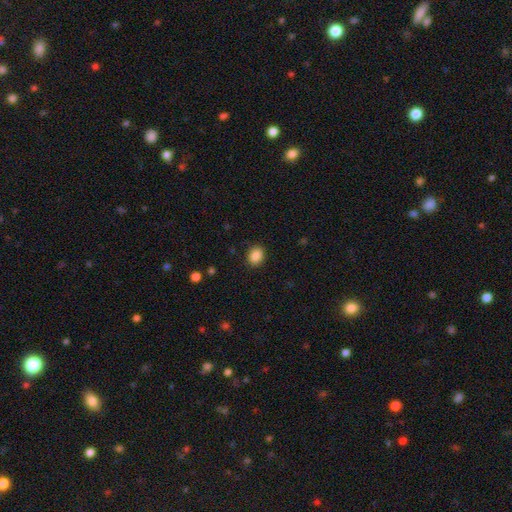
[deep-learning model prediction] Q: Smooth or featured?
A: smooth (87%); runner-up: star or artifact (9%)
Q: How rounded?
A: in between (52%); runner-up: round (47%)
Q: Merging?
A: none (89%); runner-up: minor disturbance (8%)